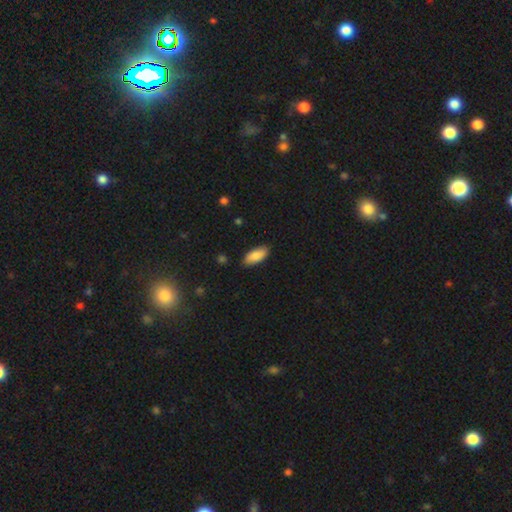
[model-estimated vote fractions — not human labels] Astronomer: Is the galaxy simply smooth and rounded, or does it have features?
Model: smooth — 85%.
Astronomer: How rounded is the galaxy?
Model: in between — 85%.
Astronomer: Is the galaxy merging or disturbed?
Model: none — 85%.